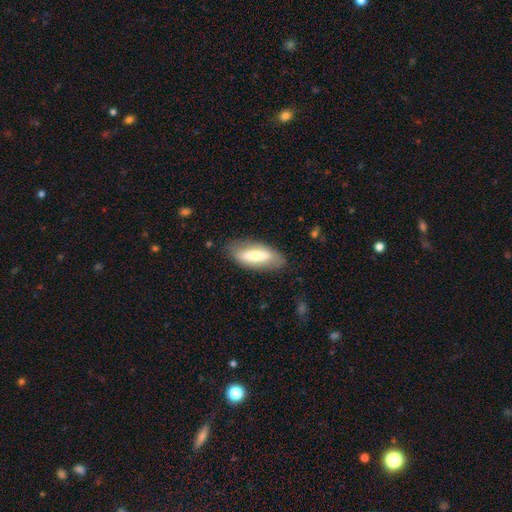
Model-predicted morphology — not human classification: This appears to be a smooth galaxy with no disk features (59%) that is in between round and cigar-shaped (69%). Merging: none (78%).